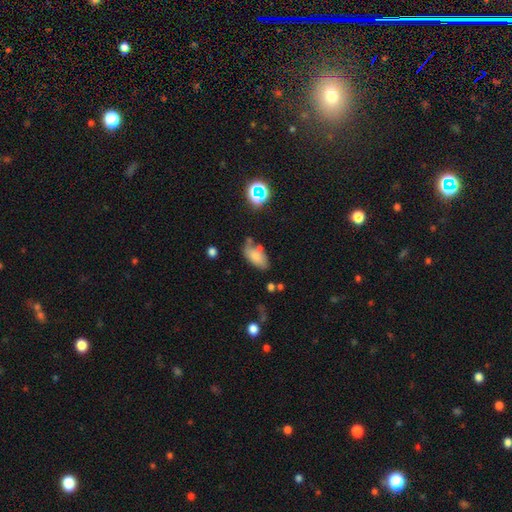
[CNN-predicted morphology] smooth-or-featured: smooth: 74% | featured or disk: 15% | star or artifact: 11%
  how-rounded: in between: 90% | cigar-shaped: 6% | round: 4%
  merging: none: 57% | minor disturbance: 24% | merger: 13% | major disturbance: 7%